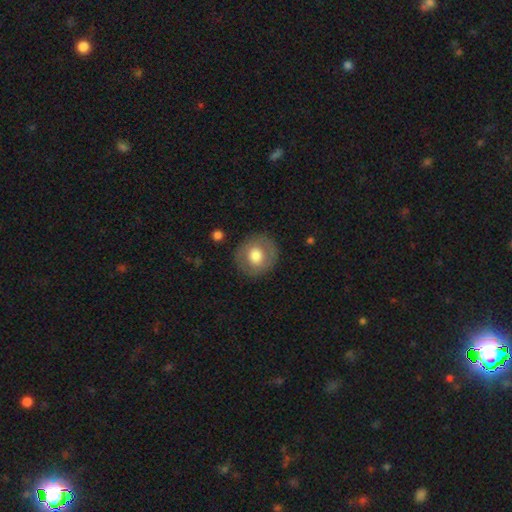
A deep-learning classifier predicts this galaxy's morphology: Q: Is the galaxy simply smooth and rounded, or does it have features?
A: smooth — 67%.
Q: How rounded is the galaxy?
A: round — 87%.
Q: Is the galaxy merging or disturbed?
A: none — 86%.